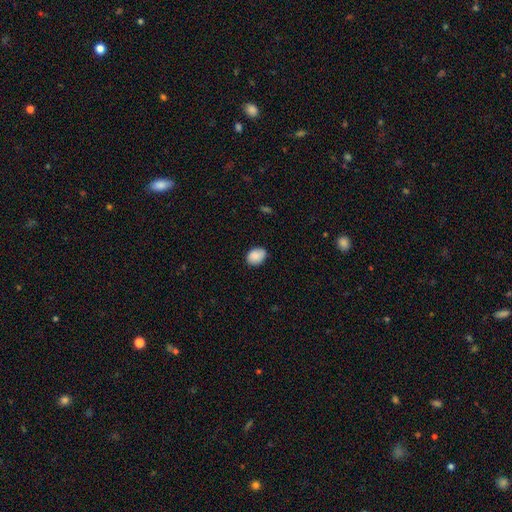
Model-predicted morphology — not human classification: Smooth or featured?
  - smooth: 88% *
  - star or artifact: 7%
  - featured or disk: 5%
How rounded?
  - in between: 68% *
  - round: 31%
  - cigar-shaped: 1%
Merging?
  - none: 81% *
  - minor disturbance: 15%
  - major disturbance: 3%
  - merger: 1%